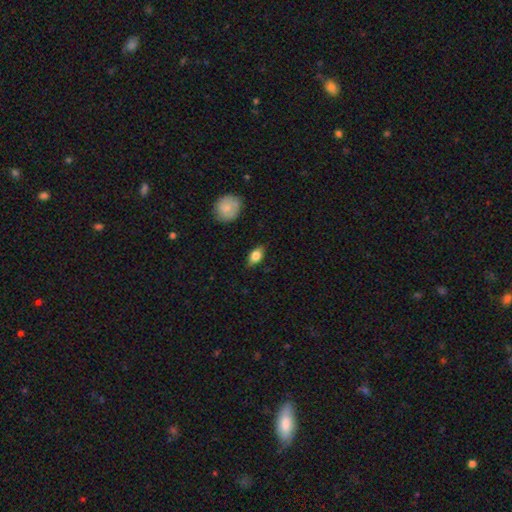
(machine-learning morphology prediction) A smooth galaxy with no disk features (79%) that is in between round and cigar-shaped (85%).

Vote fractions:
- Smooth or featured? smooth: 79% / featured or disk: 14% / star or artifact: 7%
- How rounded? in between: 85% / round: 10% / cigar-shaped: 5%
- Merging? none: 83% / minor disturbance: 13% / major disturbance: 2% / merger: 1%